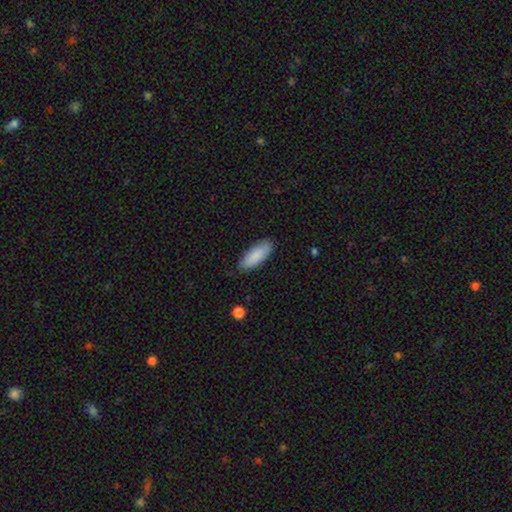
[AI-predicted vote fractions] A smooth galaxy with no disk features (87%) that is in between round and cigar-shaped (72%). Merging: none (85%).